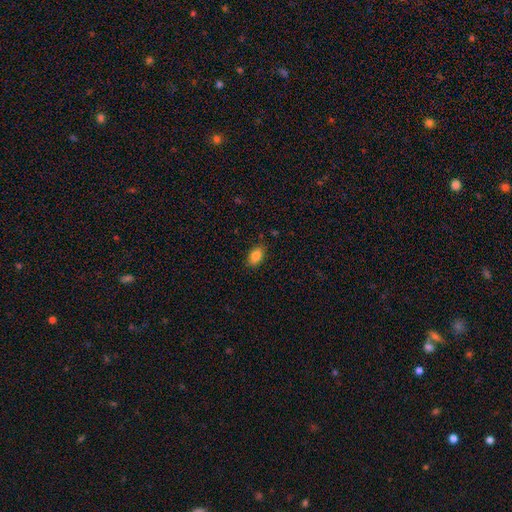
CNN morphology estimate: Smooth or featured? smooth (85%)
How rounded? in between (88%)
Merging? none (84%)